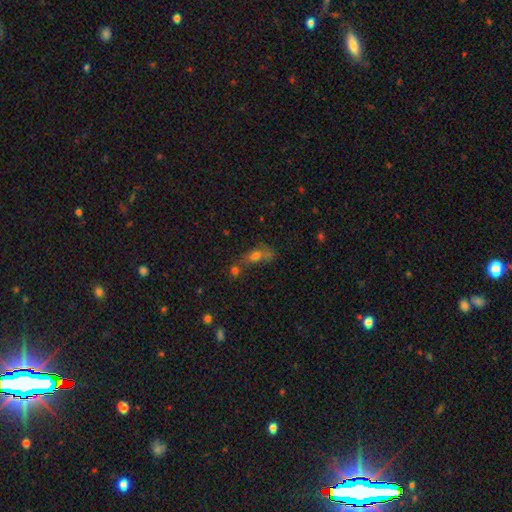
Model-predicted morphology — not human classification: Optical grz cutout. It shows a smooth galaxy with no disk features (59%) that is in between round and cigar-shaped (63%). Merging: merger (43%).